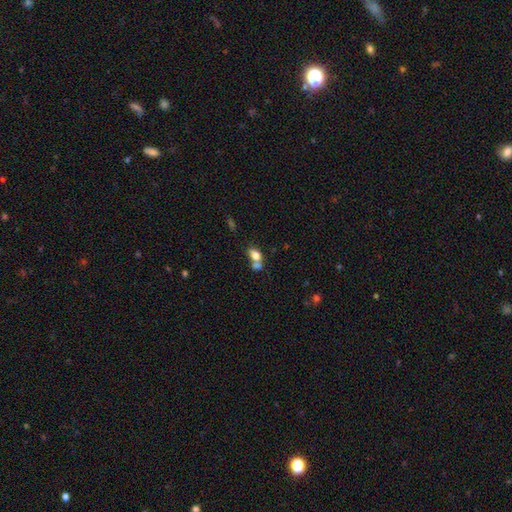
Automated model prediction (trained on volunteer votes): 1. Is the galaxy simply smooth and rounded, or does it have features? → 77% smooth, 13% featured or disk, 10% star or artifact.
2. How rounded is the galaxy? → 78% in between, 20% round, 2% cigar-shaped.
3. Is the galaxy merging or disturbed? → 51% merger, 33% none, 10% minor disturbance, 5% major disturbance.